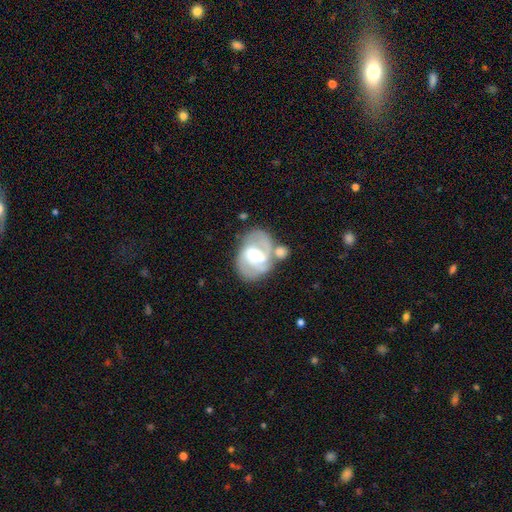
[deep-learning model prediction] A featured or disk galaxy (80%) with a weak bar (51%), 2 (77%) medium (51%) spiral arms (91%) and a moderate central bulge (60%).

Vote fractions:
- Smooth or featured? featured or disk: 80% / smooth: 15% / star or artifact: 5%
- Edge-on disk? no: 97% / yes: 3%
- Bar? weak: 51% / strong: 32% / no: 17%
- Spiral arms? yes: 91% / no: 9%
- Spiral winding? medium: 51% / tight: 32% / loose: 18%
- Spiral arm count? 2: 77% / can't tell: 10% / 3: 8% / 1: 3% / 4: 2% / more than 4: 1%
- Bulge size? moderate: 60% / small: 31% / large: 6% / none: 1% / dominant: 1%
- Merging? none: 55% / merger: 21% / minor disturbance: 16% / major disturbance: 8%